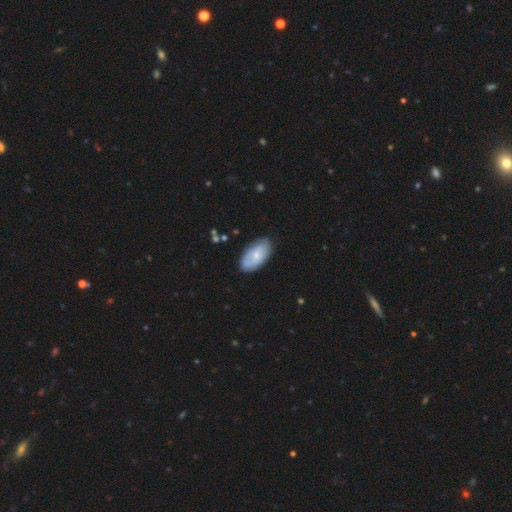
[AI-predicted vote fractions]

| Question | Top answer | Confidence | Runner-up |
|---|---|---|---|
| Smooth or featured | smooth | 59% | featured or disk (35%) |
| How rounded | in between | 94% | cigar-shaped (3%) |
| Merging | none | 76% | minor disturbance (19%) |